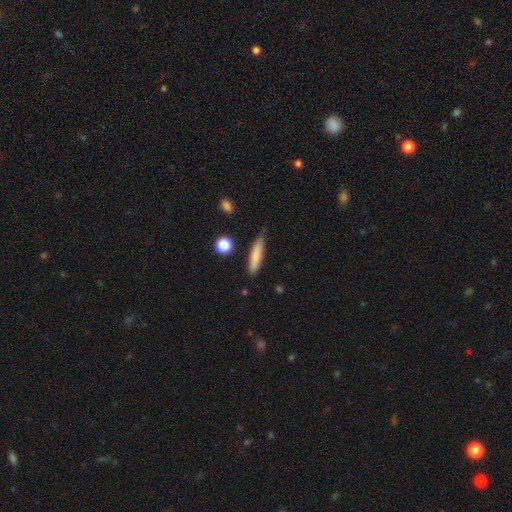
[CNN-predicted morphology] type=smooth (78%); roundness=cigar-shaped (83%); merging=none (75%).